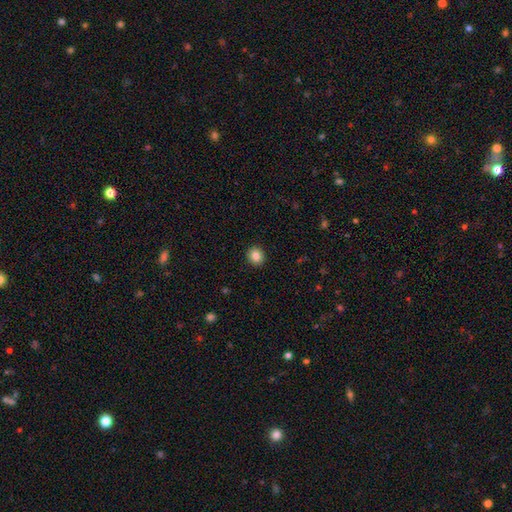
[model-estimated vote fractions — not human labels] This appears to be a smooth galaxy with no disk features (86%) that is round (84%). Merging: none (92%).